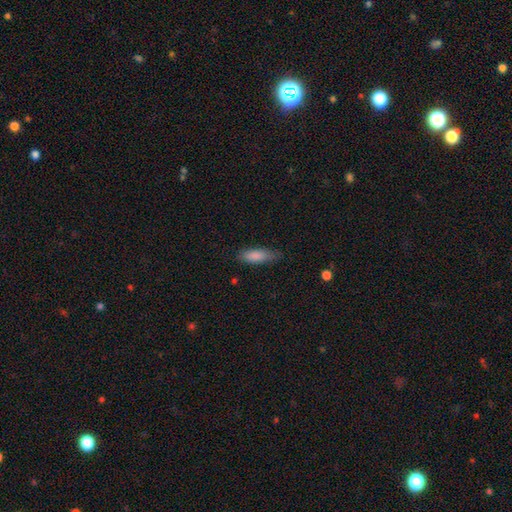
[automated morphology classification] The model was most divided on "how rounded": in between: 65%, cigar-shaped: 34%, round: 2%. More confident: smooth or featured — smooth (86%); merging — none (74%).